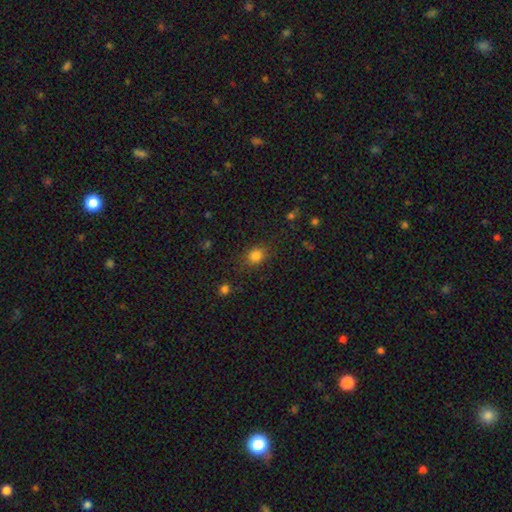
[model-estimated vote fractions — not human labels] The model was most divided on "how rounded": round: 62%, in between: 37%, cigar-shaped: 1%. More confident: smooth or featured — smooth (82%); merging — none (80%).